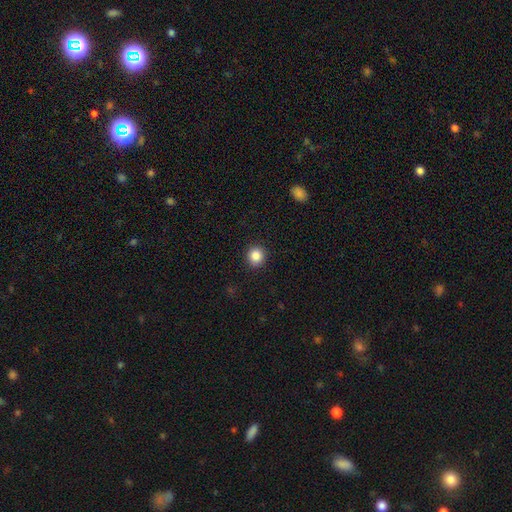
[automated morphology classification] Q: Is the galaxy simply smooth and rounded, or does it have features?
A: smooth — 86%.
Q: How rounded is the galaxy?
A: round — 91%.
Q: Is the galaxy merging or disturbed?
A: none — 92%.